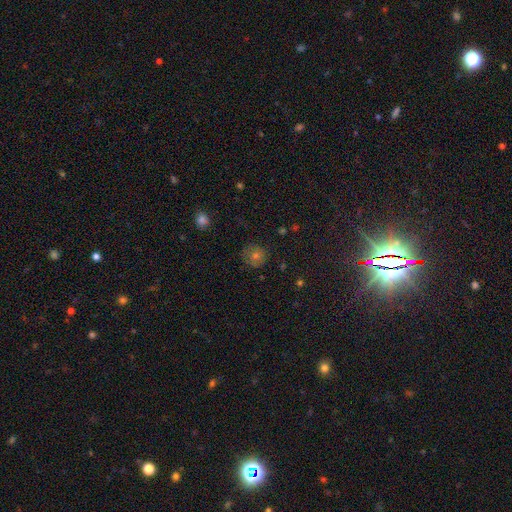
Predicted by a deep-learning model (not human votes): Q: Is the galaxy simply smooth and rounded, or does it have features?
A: smooth — 55%.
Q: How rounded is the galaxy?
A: round — 91%.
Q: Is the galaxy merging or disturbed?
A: none — 82%.